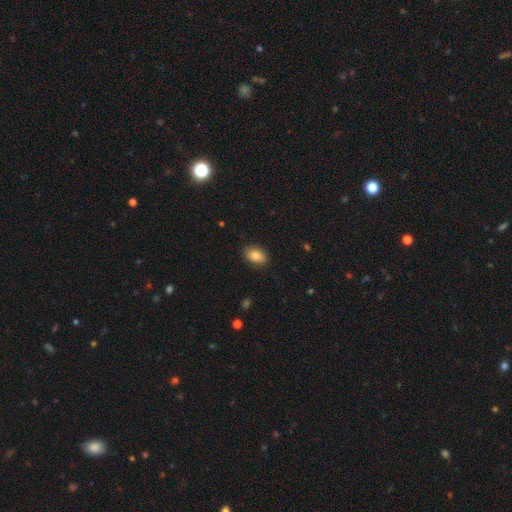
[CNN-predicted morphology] smooth_or_featured: smooth (p=0.85) [alt: star or artifact p=0.08]
how_rounded: in between (p=0.88) [alt: round p=0.11]
merging: none (p=0.85) [alt: minor disturbance p=0.11]